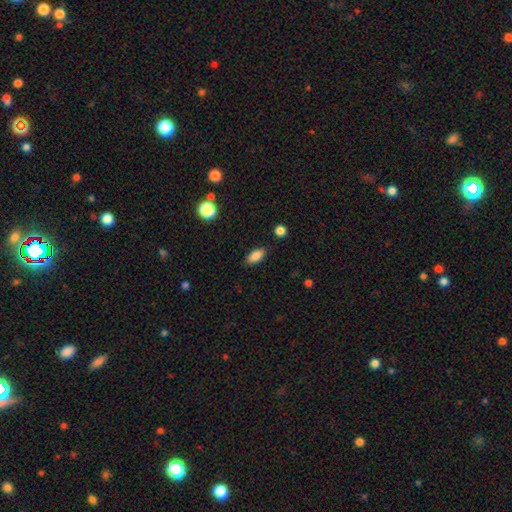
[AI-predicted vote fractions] A smooth galaxy with no disk features (85%) that is in between round and cigar-shaped (88%).

Vote fractions:
- Smooth or featured? smooth: 85% / star or artifact: 8% / featured or disk: 6%
- How rounded? in between: 88% / cigar-shaped: 8% / round: 4%
- Merging? none: 85% / minor disturbance: 10% / major disturbance: 3% / merger: 2%